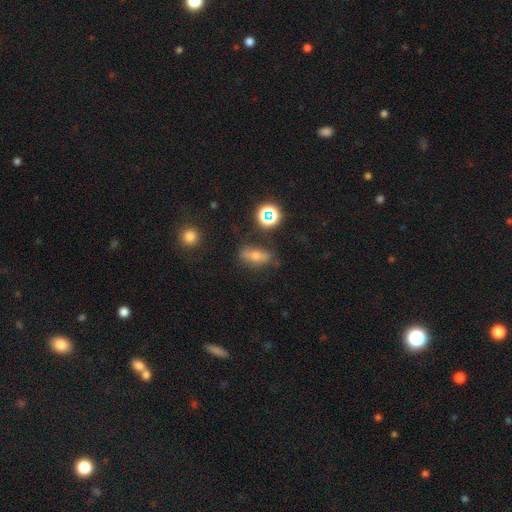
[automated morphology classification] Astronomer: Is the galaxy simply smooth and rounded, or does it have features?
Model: smooth — 44% (runner-up: featured or disk, 32%).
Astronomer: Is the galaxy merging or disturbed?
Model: none — 72%.